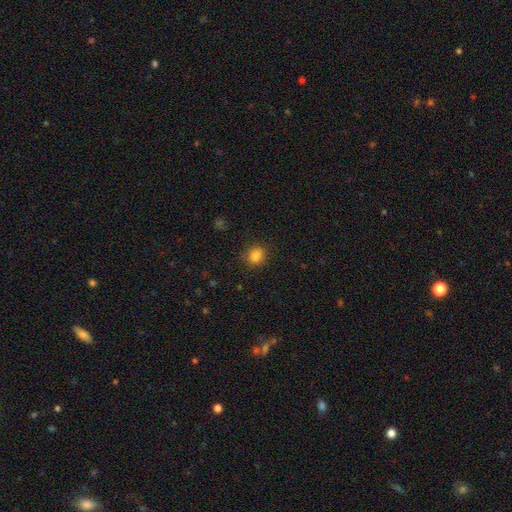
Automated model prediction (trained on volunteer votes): smooth_or_featured: smooth (p=0.84) [alt: star or artifact p=0.11]
how_rounded: round (p=0.71) [alt: in between p=0.28]
merging: none (p=0.87) [alt: minor disturbance p=0.09]